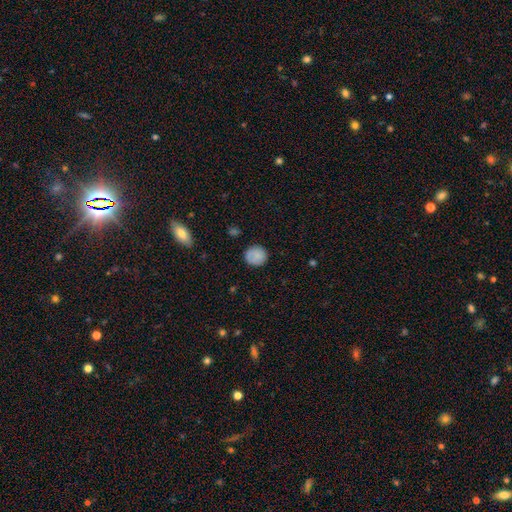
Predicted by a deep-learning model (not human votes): A smooth galaxy with no disk features (81%) that is round (89%).

Vote fractions:
- Smooth or featured? smooth: 81% / featured or disk: 11% / star or artifact: 8%
- How rounded? round: 89% / in between: 10% / cigar-shaped: 1%
- Merging? none: 84% / minor disturbance: 12% / major disturbance: 3% / merger: 1%